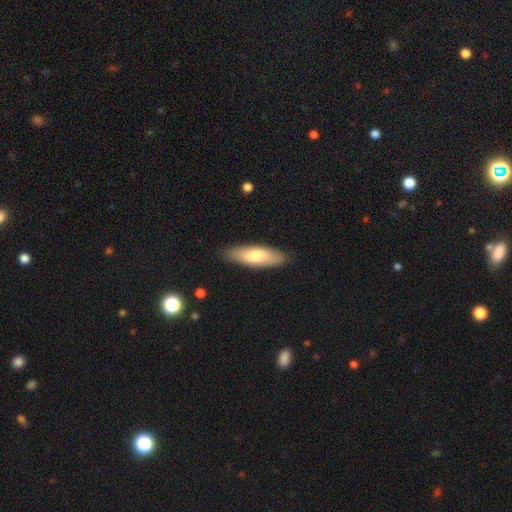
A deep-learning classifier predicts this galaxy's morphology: A smooth galaxy with no disk features (75%) that is in between round and cigar-shaped (50%). Merging: none (86%).